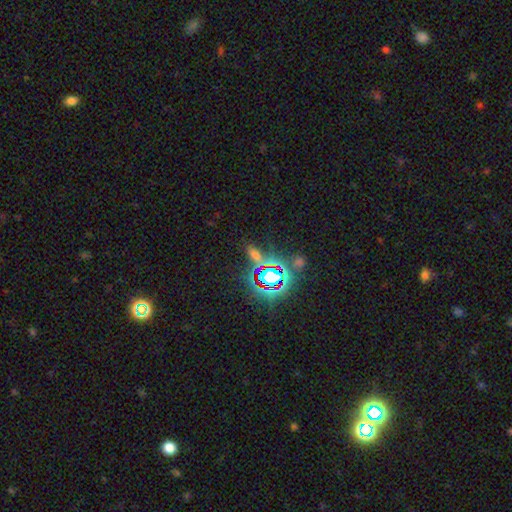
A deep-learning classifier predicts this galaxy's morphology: Overall: star or artifact (56%; smooth 32%).